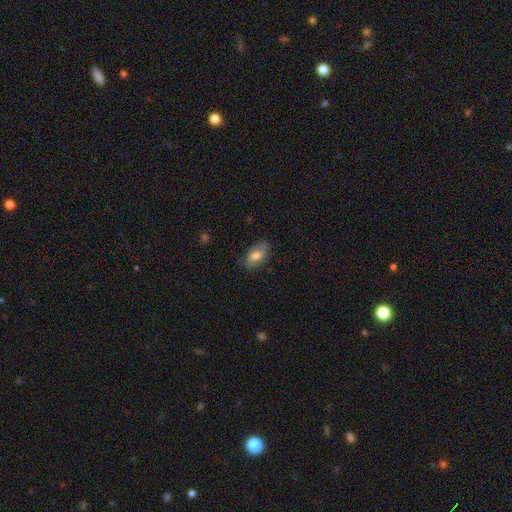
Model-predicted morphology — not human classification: A smooth galaxy with no disk features (74%) that is in between round and cigar-shaped (91%). Merging: none (75%).